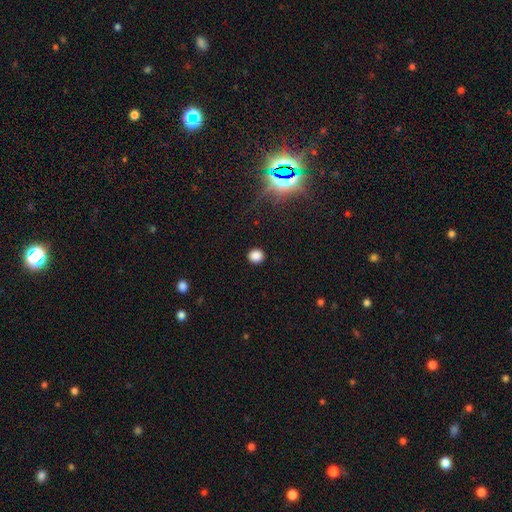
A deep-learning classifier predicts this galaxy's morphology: A smooth galaxy with no disk features (84%) that is round (84%).

Vote fractions:
- Smooth or featured? smooth: 84% / star or artifact: 13% / featured or disk: 4%
- How rounded? round: 84% / in between: 15% / cigar-shaped: 1%
- Merging? none: 91% / minor disturbance: 6% / major disturbance: 2% / merger: 1%